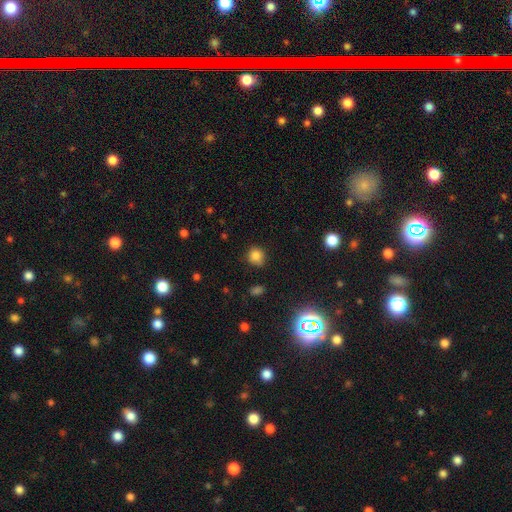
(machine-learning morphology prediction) A smooth galaxy with no disk features (81%) that is round (85%). Merging: none (78%).